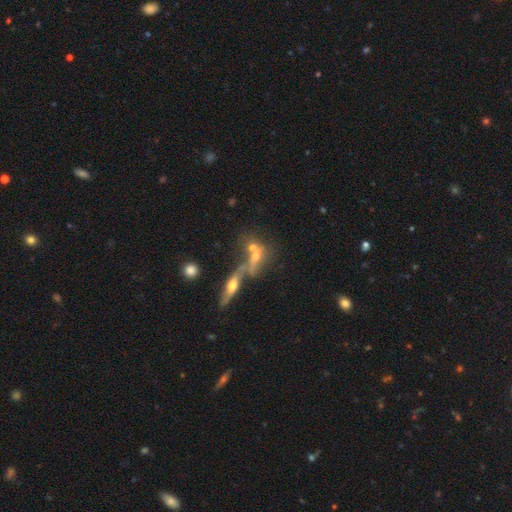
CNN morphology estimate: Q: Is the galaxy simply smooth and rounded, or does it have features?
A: featured or disk — 44%.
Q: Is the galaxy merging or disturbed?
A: merger — 49%.